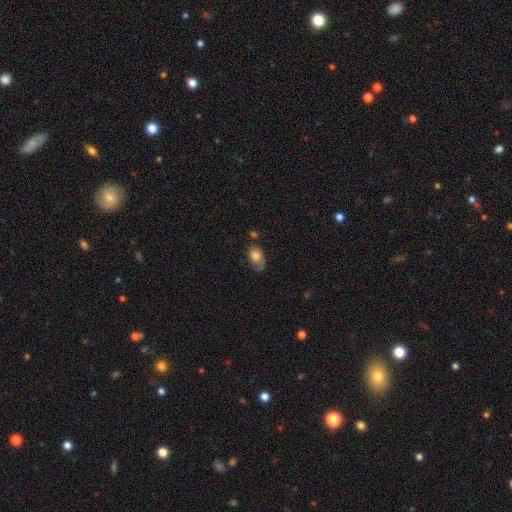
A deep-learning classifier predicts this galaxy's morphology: Smooth or featured? smooth (75%)
How rounded? in between (82%)
Merging? none (47%)